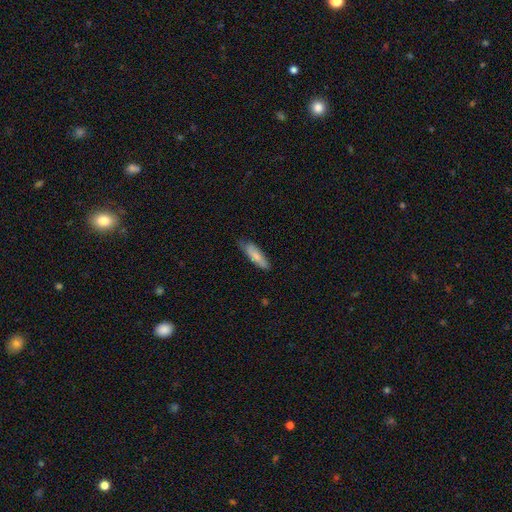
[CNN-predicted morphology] smooth_or_featured: smooth (p=0.76) [alt: featured or disk p=0.18]
how_rounded: cigar-shaped (p=0.58) [alt: in between p=0.41]
merging: none (p=0.71) [alt: minor disturbance p=0.24]